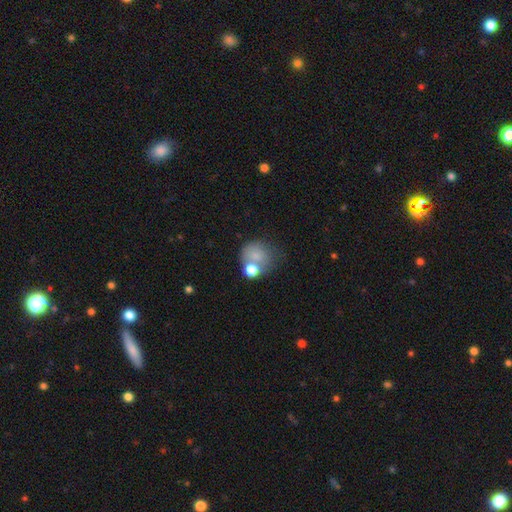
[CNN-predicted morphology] smooth-or-featured: smooth: 73% | featured or disk: 16% | star or artifact: 11%
  how-rounded: round: 70% | in between: 29% | cigar-shaped: 1%
  merging: none: 37% | merger: 30% | minor disturbance: 18% | major disturbance: 15%